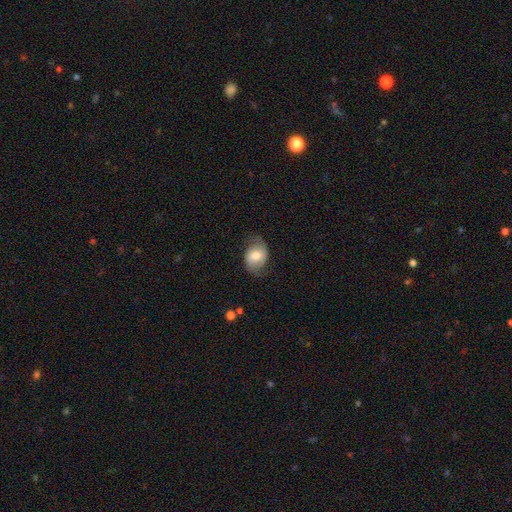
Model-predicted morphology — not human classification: Smooth or featured? Predicted: smooth (p=0.49). Merging? Predicted: none (p=0.67).